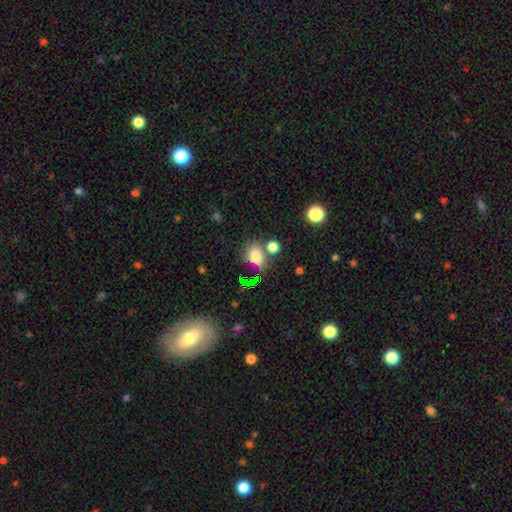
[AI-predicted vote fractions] Smooth or featured?
  - smooth: 73% *
  - star or artifact: 18%
  - featured or disk: 9%
How rounded?
  - in between: 61% *
  - round: 37%
  - cigar-shaped: 2%
Merging?
  - none: 62% *
  - merger: 17%
  - minor disturbance: 14%
  - major disturbance: 6%